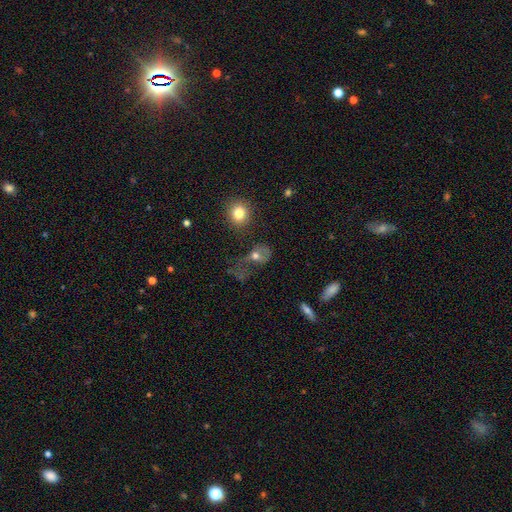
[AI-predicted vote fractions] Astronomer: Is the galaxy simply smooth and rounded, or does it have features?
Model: smooth — 60%.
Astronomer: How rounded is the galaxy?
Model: round — 54% (runner-up: in between, 44%).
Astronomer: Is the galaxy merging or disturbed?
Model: major disturbance — 39% (runner-up: none, 31%).